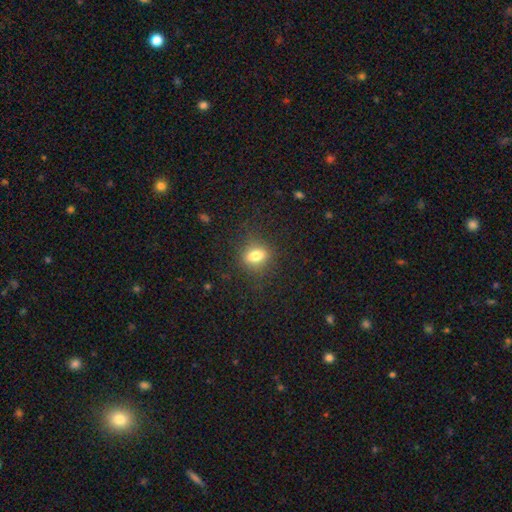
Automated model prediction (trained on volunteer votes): smooth 77%, star or artifact 12%, featured or disk 11%. Down the decision tree: how rounded — in between (57%); merging — none (84%).